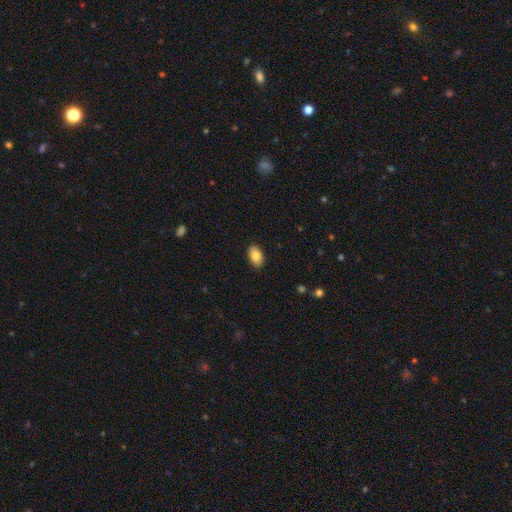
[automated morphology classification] Smooth or featured? Predicted: smooth (p=0.85). How rounded? Predicted: in between (p=0.93). Merging? Predicted: none (p=0.89).